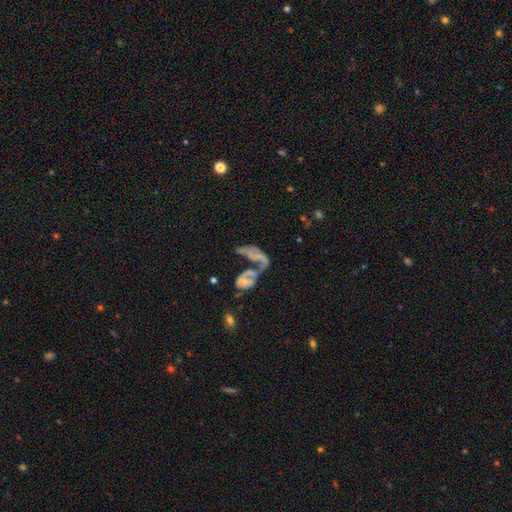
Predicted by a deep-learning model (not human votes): smooth_or_featured: featured or disk (p=0.55) [alt: smooth p=0.28]
disk_edge_on: no (p=0.94) [alt: yes p=0.06]
bar: no (p=0.81) [alt: weak p=0.13]
has_spiral_arms: no (p=0.62) [alt: yes p=0.38]
bulge_size: none (p=0.66) [alt: small p=0.20]
merging: merger (p=0.56) [alt: major disturbance p=0.25]